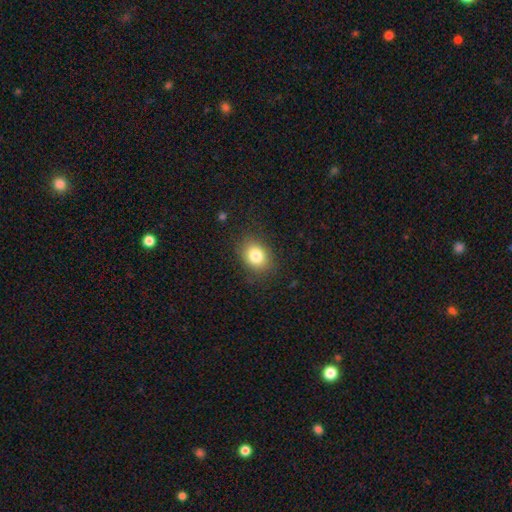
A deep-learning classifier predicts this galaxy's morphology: A smooth galaxy with no disk features (82%) that is in between round and cigar-shaped (57%). Merging: none (84%).